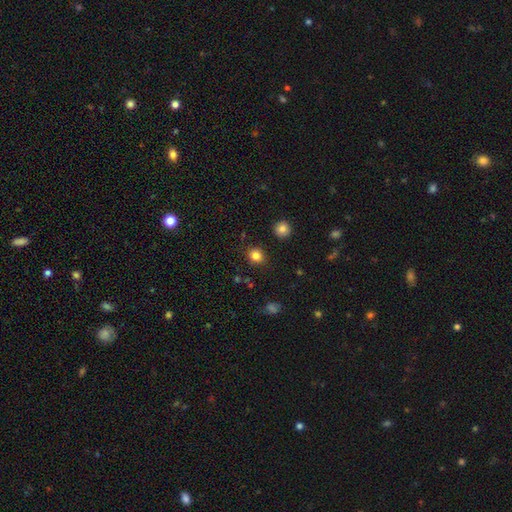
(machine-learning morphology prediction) This appears to be a smooth galaxy with no disk features (82%) that is round (77%). Merging: none (87%).